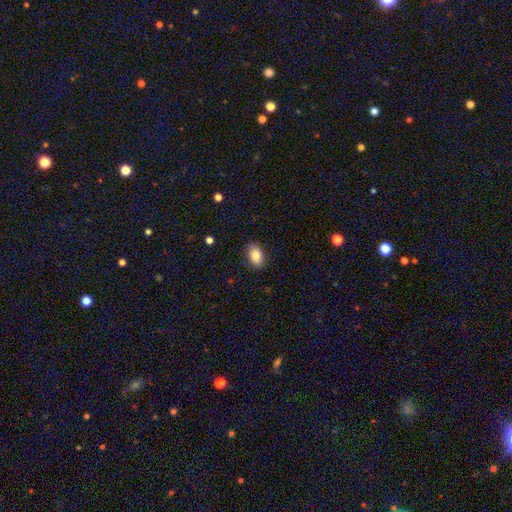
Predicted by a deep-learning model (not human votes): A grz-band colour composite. It shows a smooth galaxy with no disk features (82%) that is in between round and cigar-shaped (87%). Merging: none (86%).